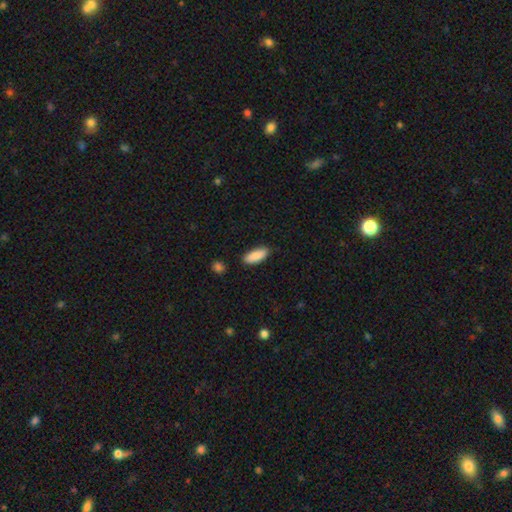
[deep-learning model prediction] Morphology: type=smooth (88%); roundness=in between (77%); merging=none (86%).